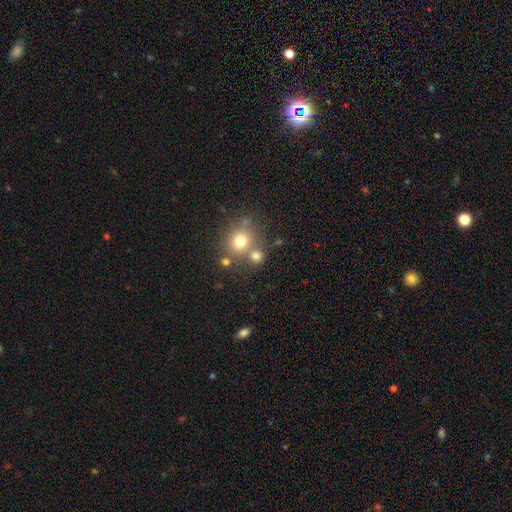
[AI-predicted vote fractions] A smooth galaxy with no disk features (74%) that is round (81%). Merging: none (55%).